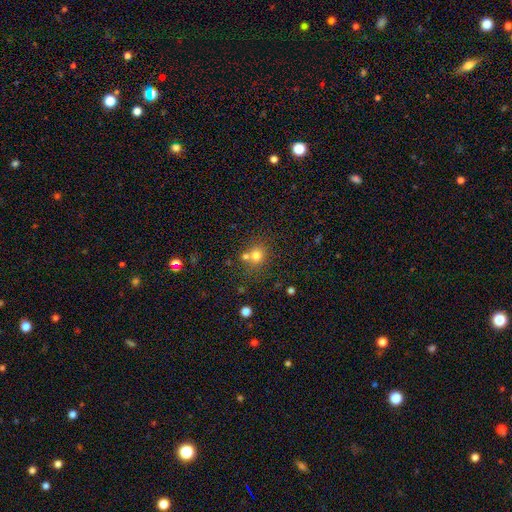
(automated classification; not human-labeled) The model was most divided on "merging": none: 58%, merger: 30%, minor disturbance: 9%, major disturbance: 3%. More confident: how rounded — round (82%); smooth or featured — smooth (74%).